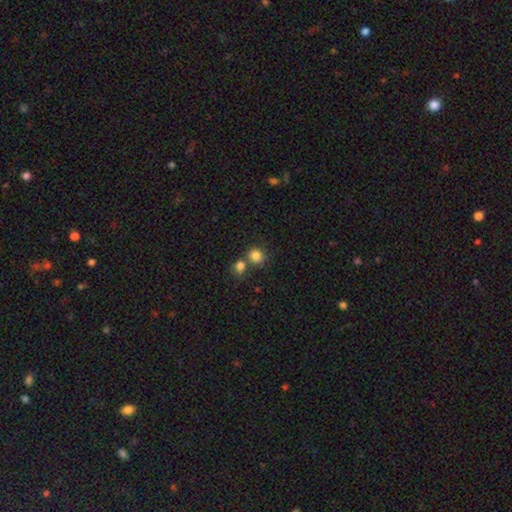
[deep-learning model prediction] Q: Smooth or featured?
A: smooth (83%); runner-up: star or artifact (11%)
Q: How rounded?
A: round (82%); runner-up: in between (17%)
Q: Merging?
A: none (58%); runner-up: merger (31%)